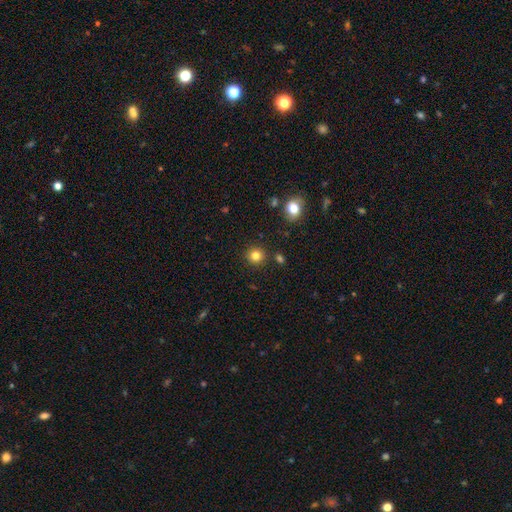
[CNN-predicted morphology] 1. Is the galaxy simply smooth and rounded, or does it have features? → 81% smooth, 12% star or artifact, 6% featured or disk.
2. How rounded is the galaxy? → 92% round, 7% in between, 1% cigar-shaped.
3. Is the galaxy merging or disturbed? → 89% none, 6% minor disturbance, 3% merger, 2% major disturbance.